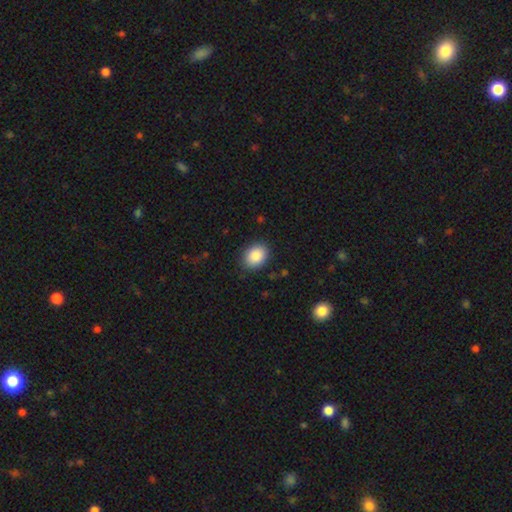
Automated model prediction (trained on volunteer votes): This appears to be a smooth galaxy with no disk features (89%) that is in between round and cigar-shaped (64%). Merging: none (86%).